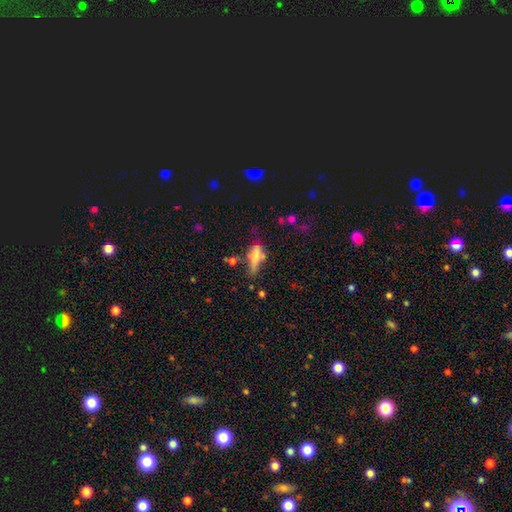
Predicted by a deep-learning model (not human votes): This appears to be a smooth galaxy with no disk features (58%) that is in between round and cigar-shaped (53%). Merging: none (37%).